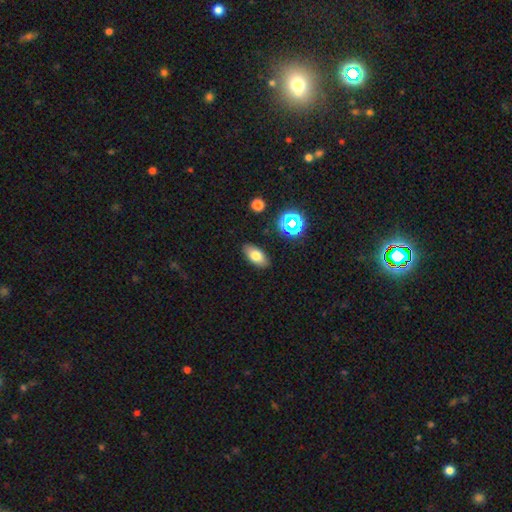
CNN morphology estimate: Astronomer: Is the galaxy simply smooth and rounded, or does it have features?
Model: smooth — 73%.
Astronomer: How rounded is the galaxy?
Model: in between — 90%.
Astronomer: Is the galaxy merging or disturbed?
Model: none — 87%.